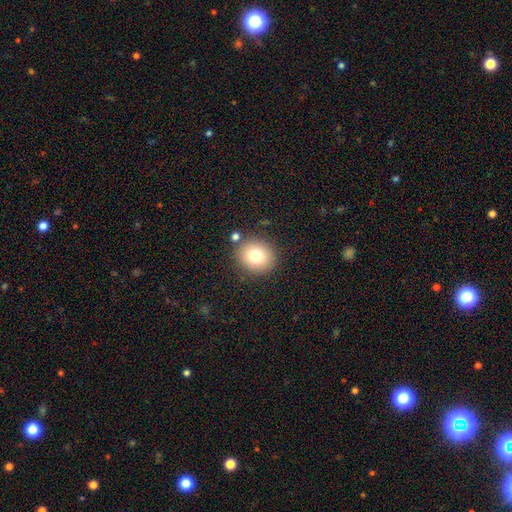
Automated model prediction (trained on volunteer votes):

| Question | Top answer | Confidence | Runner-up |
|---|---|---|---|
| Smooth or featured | smooth | 76% | star or artifact (12%) |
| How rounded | round | 82% | in between (17%) |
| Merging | none | 85% | minor disturbance (8%) |